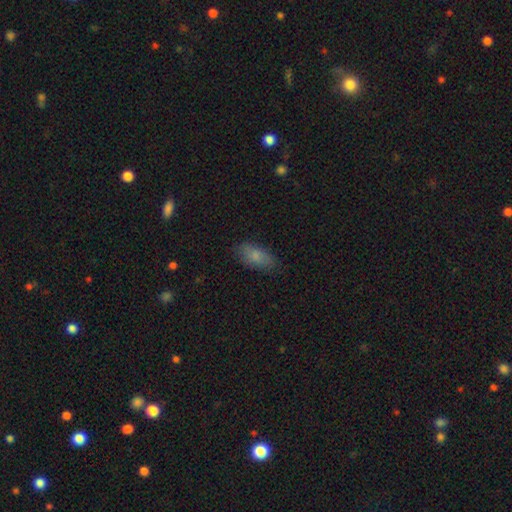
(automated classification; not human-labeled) smooth_or_featured: smooth (p=0.81) [alt: featured or disk p=0.11]
how_rounded: in between (p=0.87) [alt: cigar-shaped p=0.10]
merging: none (p=0.80) [alt: minor disturbance p=0.16]